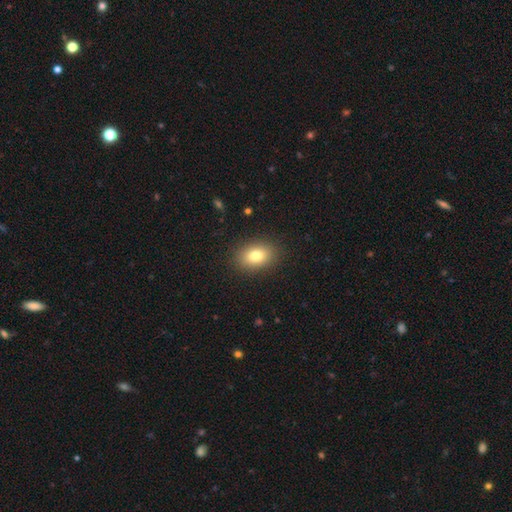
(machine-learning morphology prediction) Smooth or featured? Predicted: smooth (p=0.80). How rounded? Predicted: in between (p=0.78). Merging? Predicted: none (p=0.89).